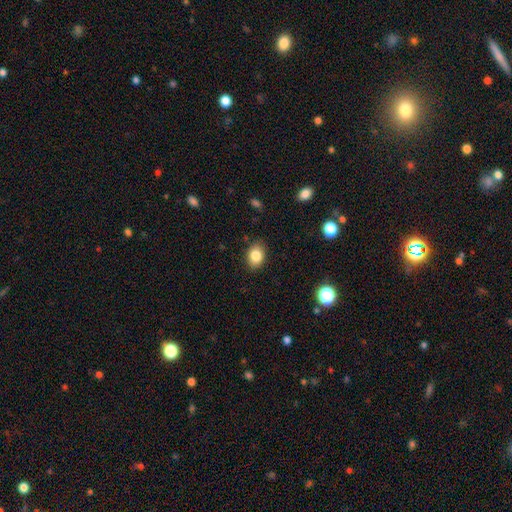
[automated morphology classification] Q: Smooth or featured?
A: smooth (84%); runner-up: star or artifact (9%)
Q: How rounded?
A: in between (71%); runner-up: round (28%)
Q: Merging?
A: none (86%); runner-up: minor disturbance (10%)